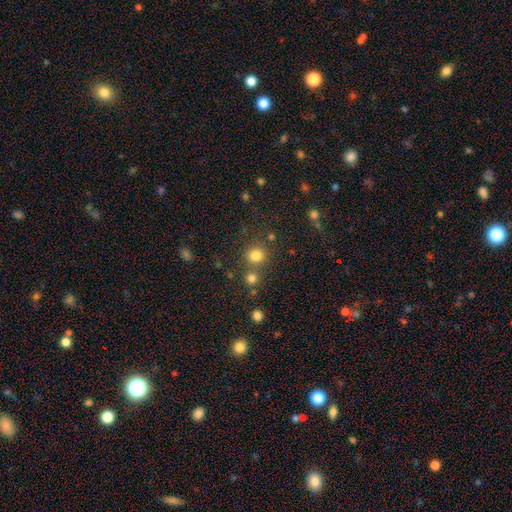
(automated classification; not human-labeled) This is likely a smooth galaxy (80%). How rounded: clearly round (90%). Merging: likely none (72%).